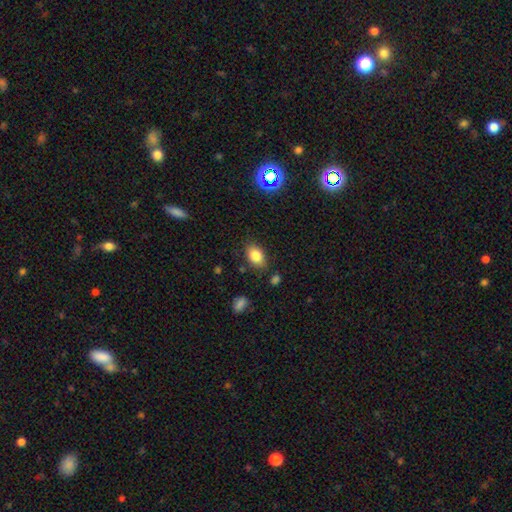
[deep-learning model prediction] smooth_or_featured: smooth (p=0.82) [alt: star or artifact p=0.10]
how_rounded: in between (p=0.83) [alt: round p=0.15]
merging: none (p=0.80) [alt: minor disturbance p=0.13]